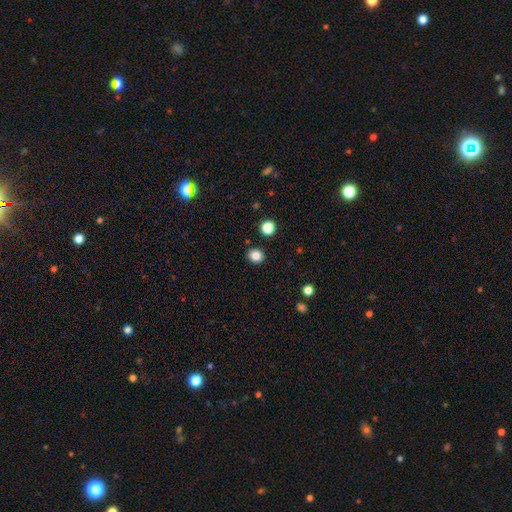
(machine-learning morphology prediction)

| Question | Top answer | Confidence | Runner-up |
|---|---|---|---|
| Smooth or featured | smooth | 83% | star or artifact (12%) |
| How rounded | round | 76% | in between (23%) |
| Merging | none | 89% | minor disturbance (7%) |